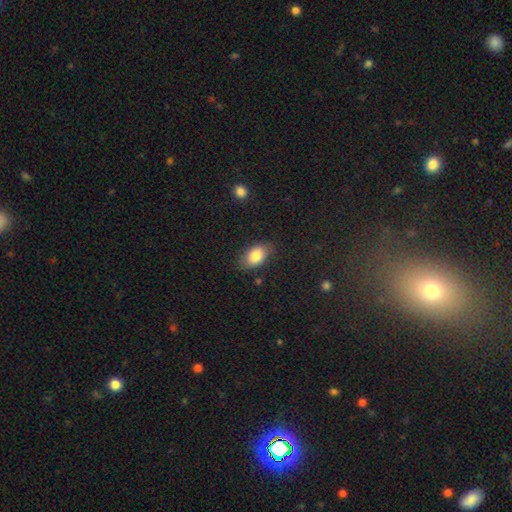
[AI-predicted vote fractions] Smooth or featured: smooth — 83% (featured or disk — 9%)
How rounded: in between — 90% (round — 8%)
Merging: none — 81% (minor disturbance — 14%)